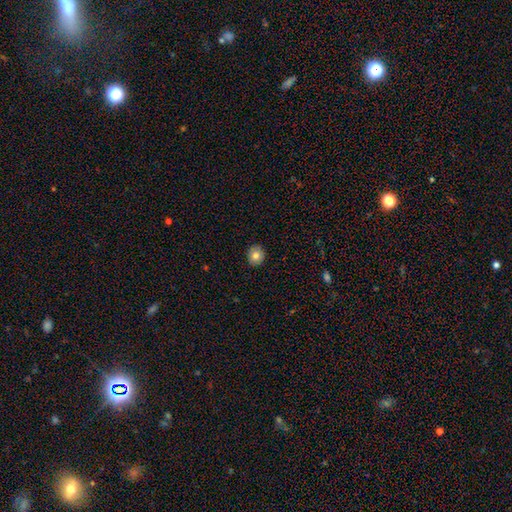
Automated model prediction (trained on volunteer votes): Smooth or featured? Predicted: smooth (p=0.81). How rounded? Predicted: round (p=0.79). Merging? Predicted: none (p=0.91).